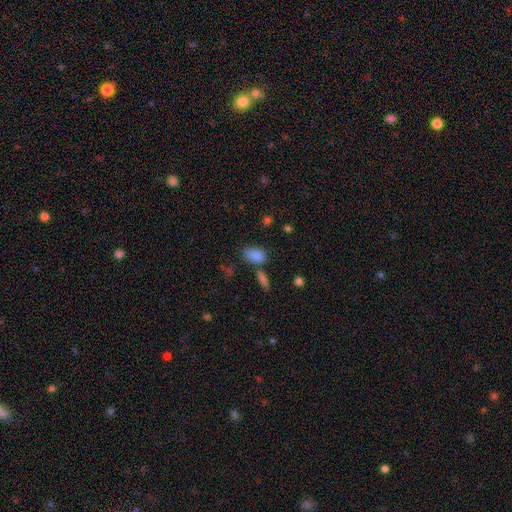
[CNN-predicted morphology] Q: Smooth or featured?
A: smooth (84%); runner-up: star or artifact (9%)
Q: How rounded?
A: in between (88%); runner-up: round (10%)
Q: Merging?
A: none (55%); runner-up: minor disturbance (20%)